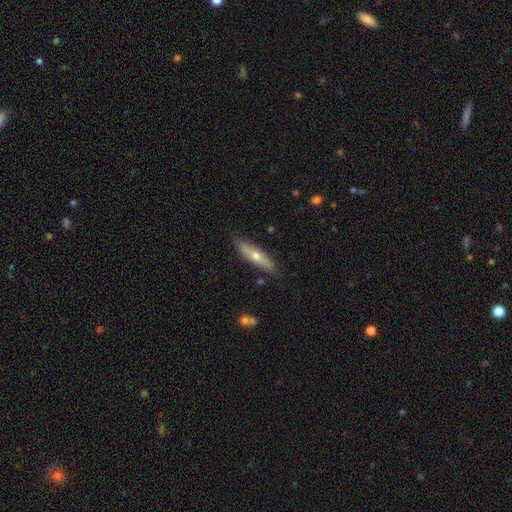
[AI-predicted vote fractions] Smooth or featured? Predicted: featured or disk (p=0.46, tied with smooth). Merging? Predicted: none (p=0.85).